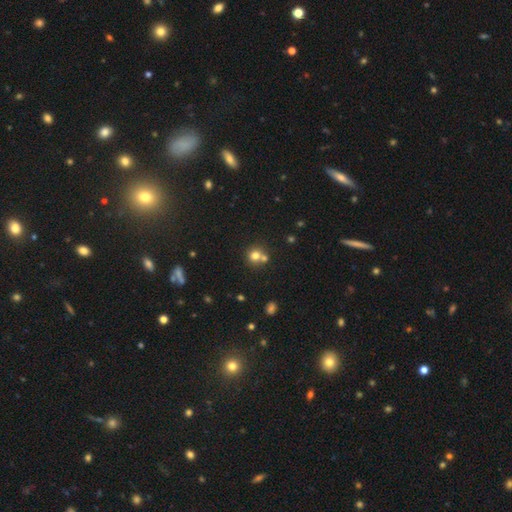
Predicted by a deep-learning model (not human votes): A smooth galaxy with no disk features (74%) that is round (88%). Merging: none (53%).